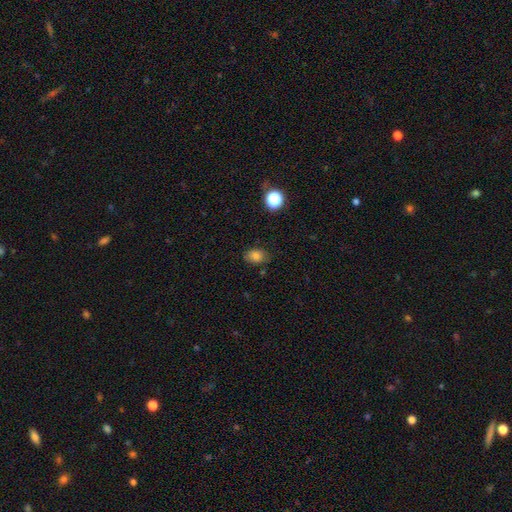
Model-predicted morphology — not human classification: smooth-or-featured: smooth: 80% | star or artifact: 13% | featured or disk: 7%
  how-rounded: in between: 71% | round: 28% | cigar-shaped: 1%
  merging: none: 79% | minor disturbance: 15% | major disturbance: 3% | merger: 2%